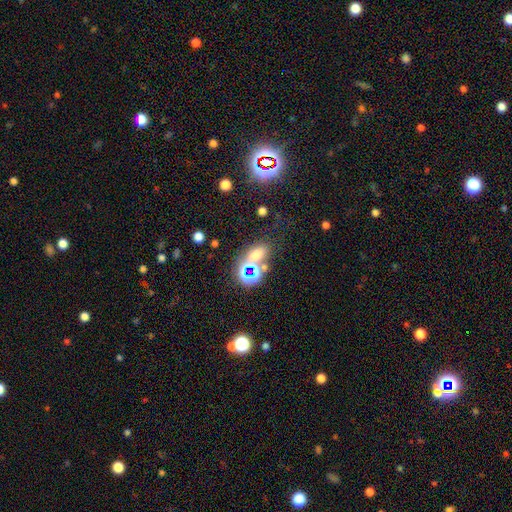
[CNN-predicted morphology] Q: Smooth or featured?
A: smooth (57%); runner-up: star or artifact (32%)
Q: How rounded?
A: in between (68%); runner-up: round (29%)
Q: Merging?
A: none (57%); runner-up: merger (25%)